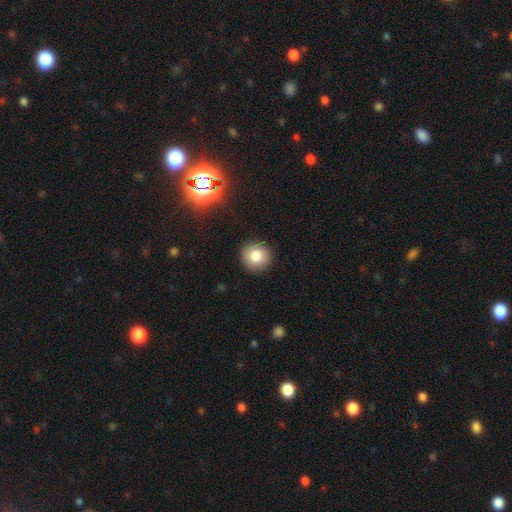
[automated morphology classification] Smooth or featured: smooth — 80% (star or artifact — 11%)
How rounded: round — 92% (in between — 7%)
Merging: none — 91% (minor disturbance — 6%)